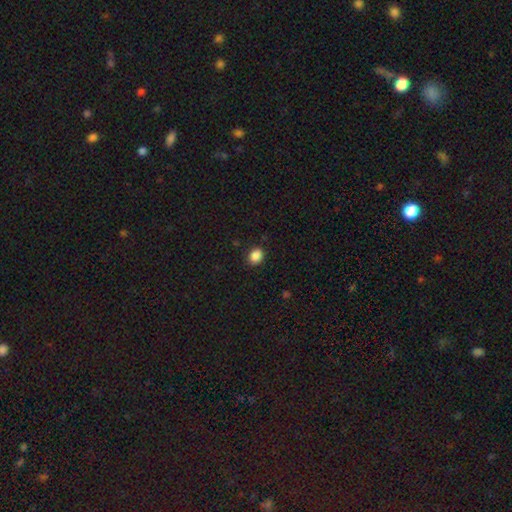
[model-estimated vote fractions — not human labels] A smooth galaxy with no disk features (88%) that is round (51%).

Vote fractions:
- Smooth or featured? smooth: 88% / star or artifact: 10% / featured or disk: 3%
- How rounded? round: 51% / in between: 48% / cigar-shaped: 1%
- Merging? none: 87% / minor disturbance: 9% / major disturbance: 2% / merger: 1%